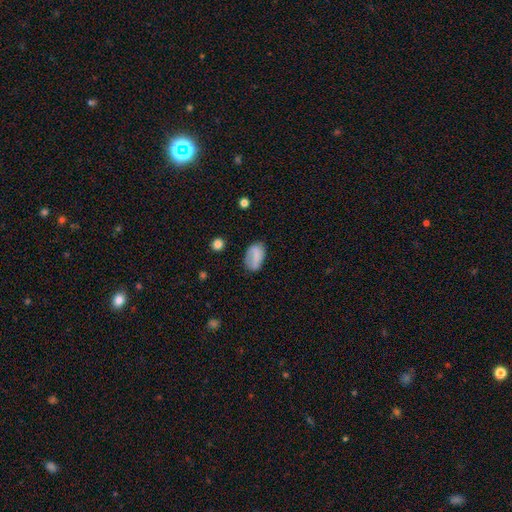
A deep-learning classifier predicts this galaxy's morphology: smooth-or-featured: smooth: 73% | featured or disk: 18% | star or artifact: 9%
  how-rounded: in between: 90% | round: 8% | cigar-shaped: 2%
  merging: none: 63% | minor disturbance: 25% | major disturbance: 10% | merger: 3%